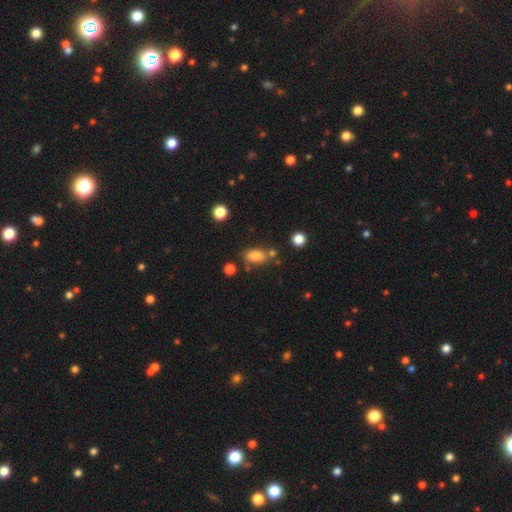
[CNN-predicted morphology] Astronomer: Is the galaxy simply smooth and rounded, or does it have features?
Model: smooth — 81%.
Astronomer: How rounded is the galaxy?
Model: in between — 86%.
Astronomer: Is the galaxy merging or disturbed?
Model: none — 68%.